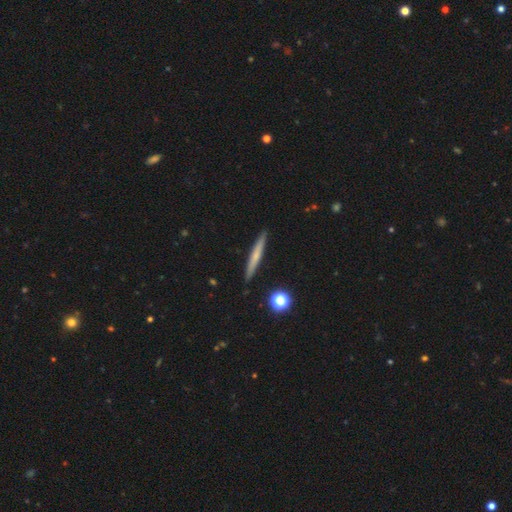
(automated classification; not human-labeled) Smooth or featured?
  - smooth: 53% *
  - featured or disk: 40%
  - star or artifact: 7%
How rounded?
  - cigar-shaped: 95% *
  - in between: 3%
  - round: 2%
Merging?
  - none: 91% *
  - minor disturbance: 6%
  - merger: 1%
  - major disturbance: 1%